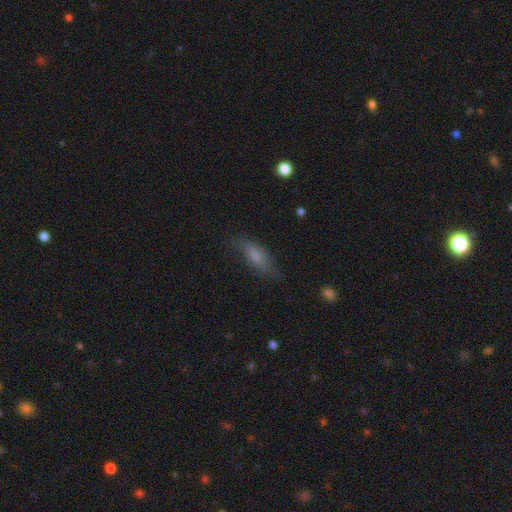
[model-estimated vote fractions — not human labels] This is likely a smooth galaxy (70%). How rounded: likely in between (63%). Merging: likely none (65%).